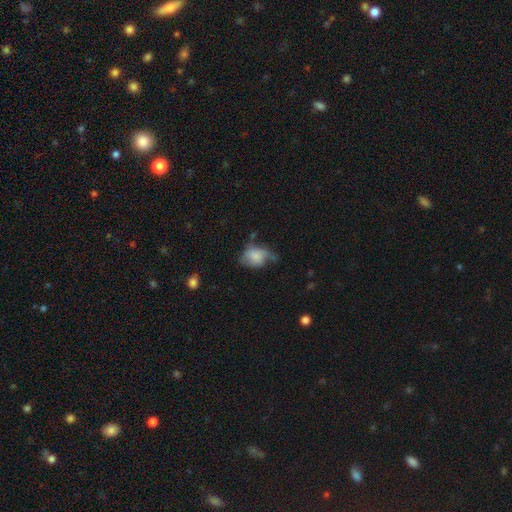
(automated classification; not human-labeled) Q: Smooth or featured?
A: smooth (62%); runner-up: featured or disk (29%)
Q: How rounded?
A: in between (71%); runner-up: round (27%)
Q: Merging?
A: major disturbance (38%); runner-up: minor disturbance (31%)